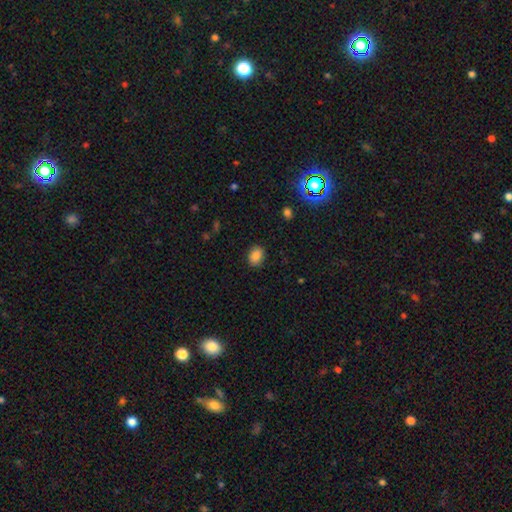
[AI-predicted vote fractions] Smooth or featured? smooth (86%)
How rounded? in between (60%)
Merging? none (87%)